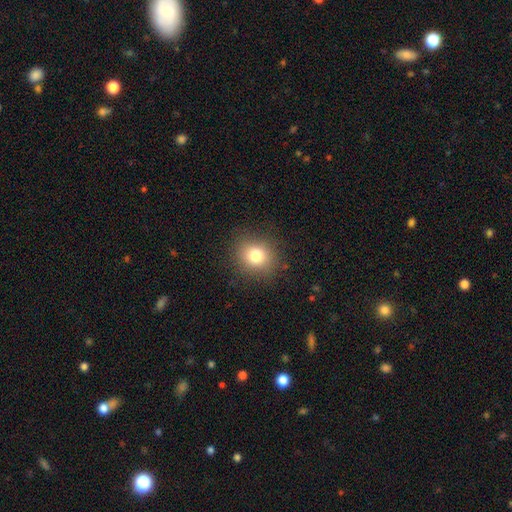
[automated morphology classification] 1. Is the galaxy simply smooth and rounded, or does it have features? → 79% smooth, 13% star or artifact, 9% featured or disk.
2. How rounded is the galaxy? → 77% round, 22% in between, 1% cigar-shaped.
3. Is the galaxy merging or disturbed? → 87% none, 9% minor disturbance, 3% major disturbance, 1% merger.